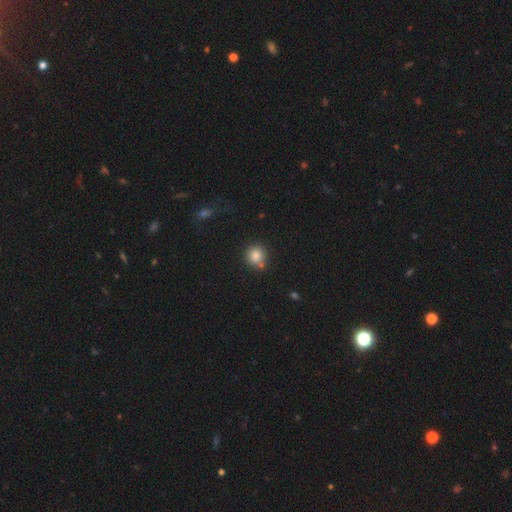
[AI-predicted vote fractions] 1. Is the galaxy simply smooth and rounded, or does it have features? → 84% smooth, 10% star or artifact, 6% featured or disk.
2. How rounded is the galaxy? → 87% round, 12% in between, 1% cigar-shaped.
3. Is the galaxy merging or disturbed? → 71% none, 13% merger, 13% minor disturbance, 4% major disturbance.